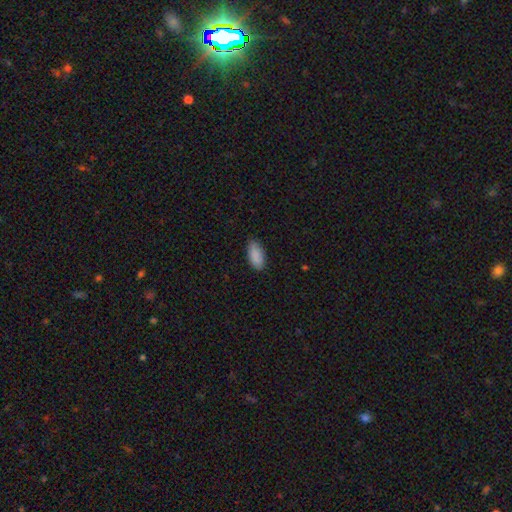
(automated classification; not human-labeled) The model was most divided on "merging": none: 84%, minor disturbance: 13%, major disturbance: 2%, merger: 1%. More confident: how rounded — in between (92%); smooth or featured — smooth (90%).